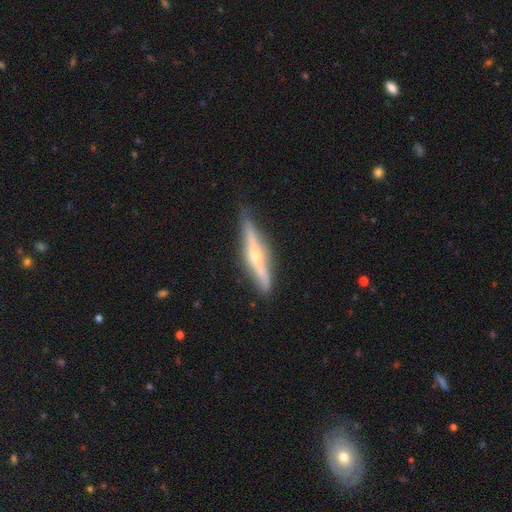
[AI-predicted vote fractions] A featured or disk galaxy (71%) viewed edge-on (94%) with a rounded central bulge (84%). Merging: none (82%).